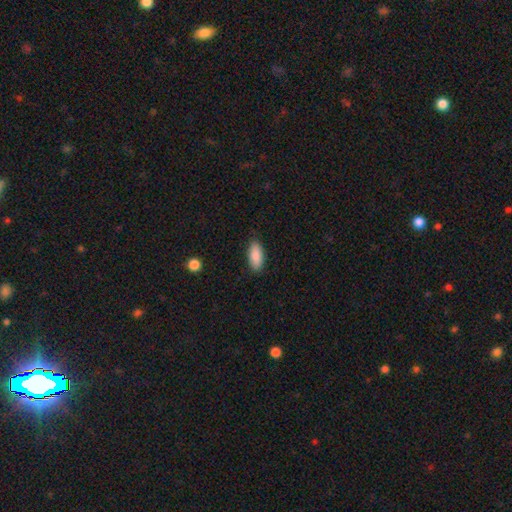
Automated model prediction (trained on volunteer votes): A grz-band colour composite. It shows a smooth galaxy with no disk features (87%) that is in between round and cigar-shaped (88%). Merging: none (86%).